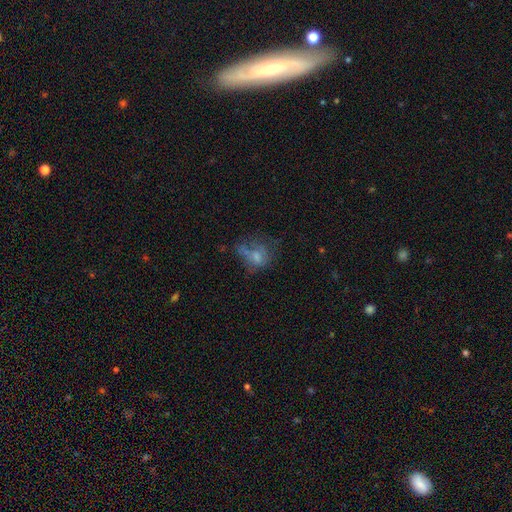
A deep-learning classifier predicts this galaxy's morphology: smooth-or-featured: smooth: 48% | featured or disk: 37% | star or artifact: 15%
  merging: major disturbance: 37% | none: 31% | minor disturbance: 22% | merger: 10%